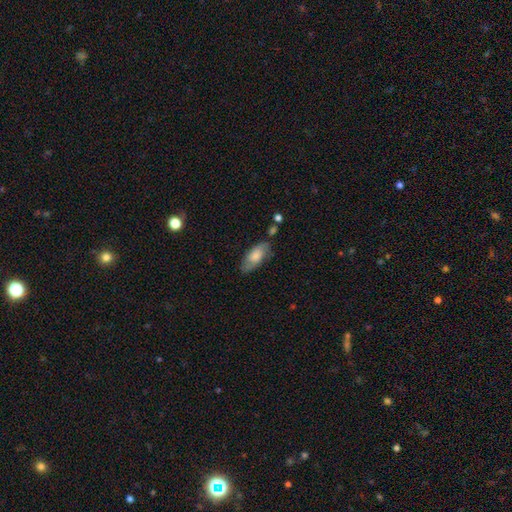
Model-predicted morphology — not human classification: Q: Smooth or featured?
A: smooth (63%); runner-up: featured or disk (30%)
Q: How rounded?
A: in between (84%); runner-up: cigar-shaped (13%)
Q: Merging?
A: none (71%); runner-up: minor disturbance (20%)